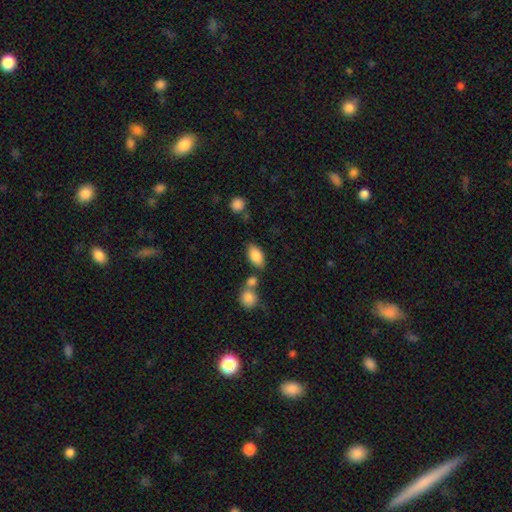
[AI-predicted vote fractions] Morphology: type=smooth (84%); roundness=in between (90%); merging=none (69%).